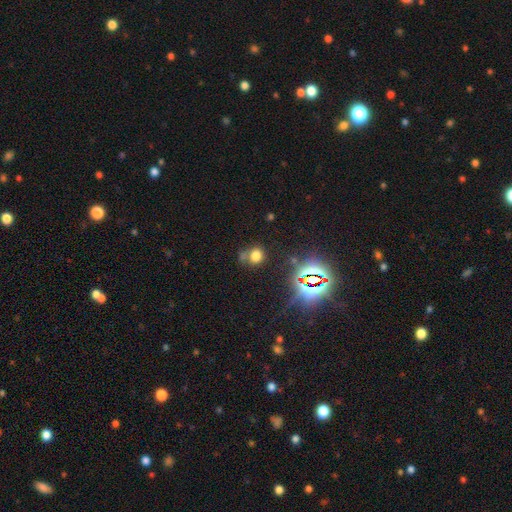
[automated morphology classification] A smooth galaxy with no disk features (66%) that is round (67%). Merging: none (58%).